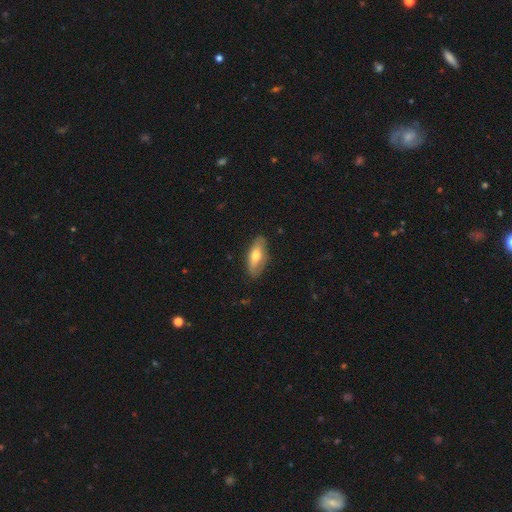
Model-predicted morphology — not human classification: This is likely a smooth galaxy (64%). How rounded: likely in between (77%). Merging: clearly none (81%).